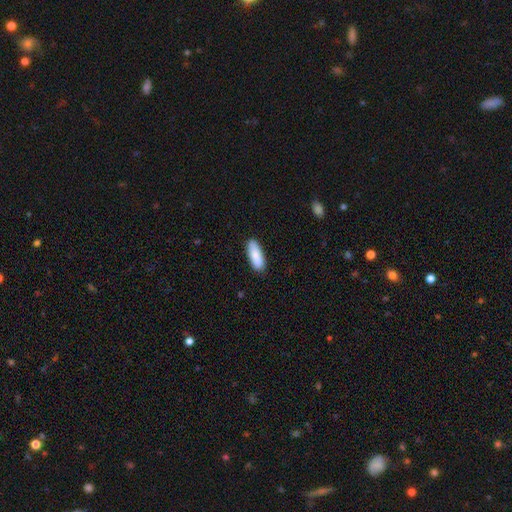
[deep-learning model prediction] Smooth or featured? smooth (88%)
How rounded? in between (71%)
Merging? none (89%)